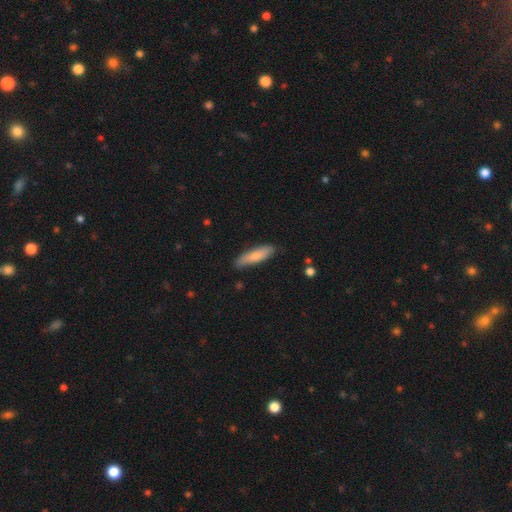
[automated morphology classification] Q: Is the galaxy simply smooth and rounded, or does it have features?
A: smooth — 80%.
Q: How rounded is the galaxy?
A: cigar-shaped — 72%.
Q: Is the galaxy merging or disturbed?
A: none — 82%.